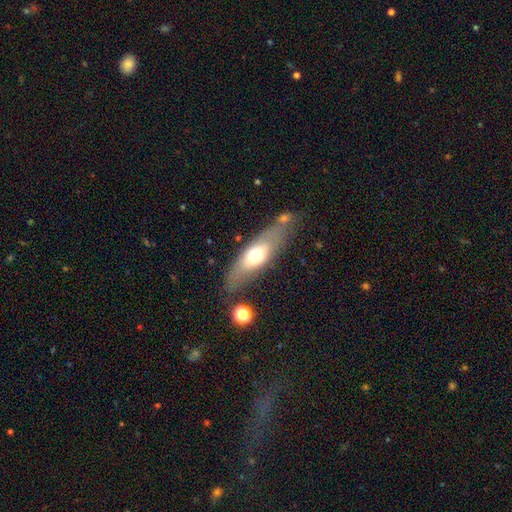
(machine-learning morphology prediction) Smooth or featured? smooth (54%)
How rounded? in between (55%)
Merging? none (70%)